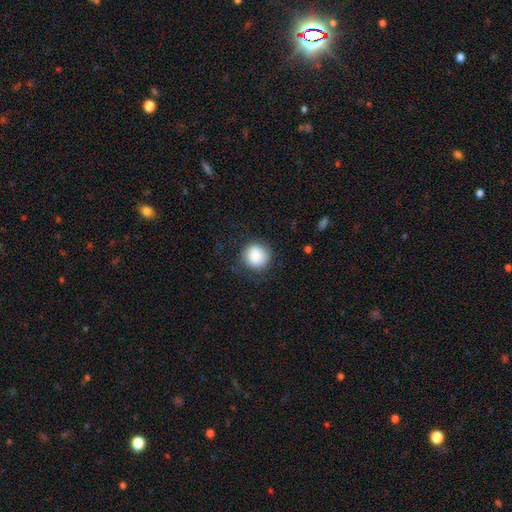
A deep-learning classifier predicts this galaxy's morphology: smooth 86%, star or artifact 7%, featured or disk 7%. Down the decision tree: how rounded — round (92%); merging — none (78%).